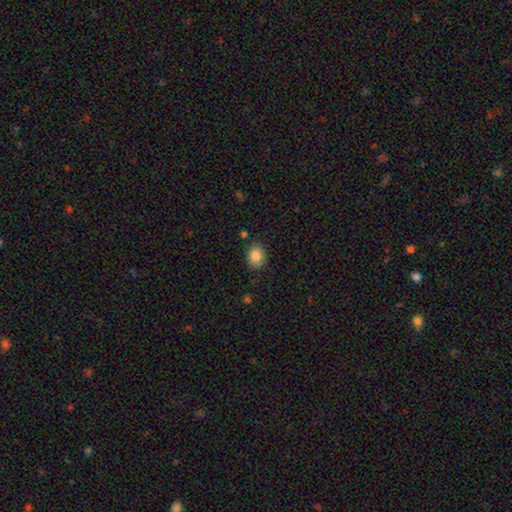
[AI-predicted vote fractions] Q: Smooth or featured?
A: smooth (86%); runner-up: star or artifact (9%)
Q: How rounded?
A: in between (53%); runner-up: round (46%)
Q: Merging?
A: none (81%); runner-up: minor disturbance (13%)